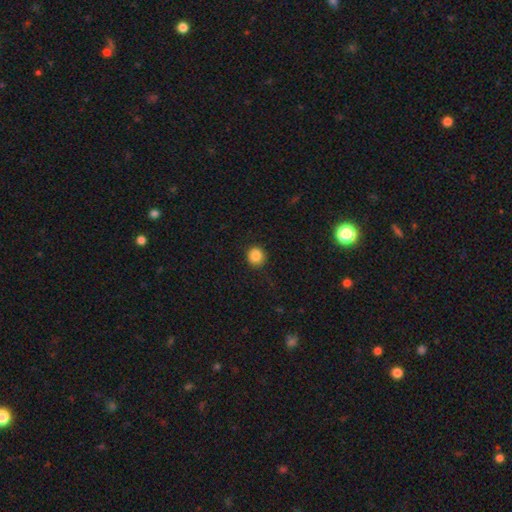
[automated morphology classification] Smooth or featured? smooth (86%)
How rounded? round (92%)
Merging? none (90%)